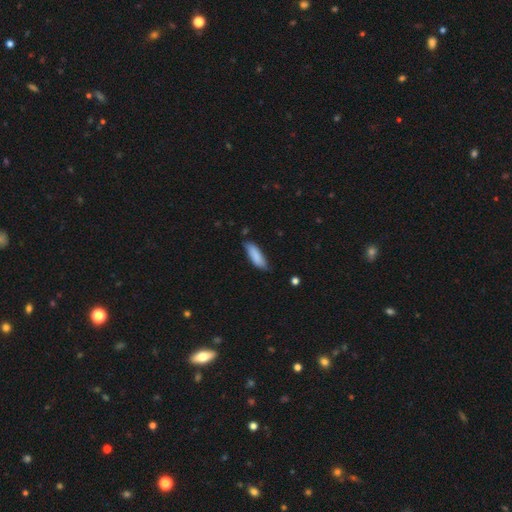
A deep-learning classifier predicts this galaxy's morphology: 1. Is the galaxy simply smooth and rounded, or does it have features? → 86% smooth, 9% featured or disk, 6% star or artifact.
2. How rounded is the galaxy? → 53% in between, 45% cigar-shaped, 2% round.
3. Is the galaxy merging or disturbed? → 71% none, 24% minor disturbance, 3% major disturbance, 2% merger.